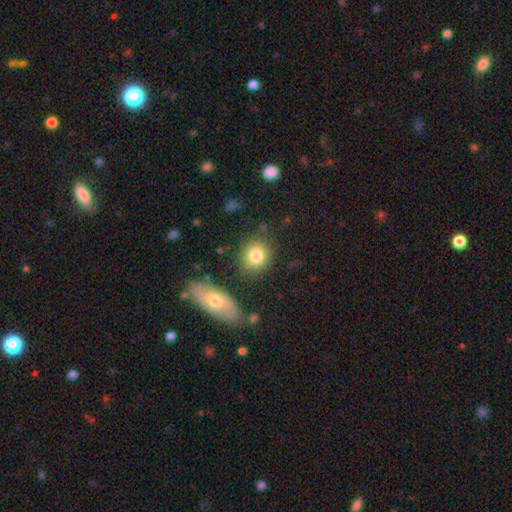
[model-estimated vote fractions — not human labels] A smooth galaxy with no disk features (82%) that is round (72%).

Vote fractions:
- Smooth or featured? smooth: 82% / featured or disk: 9% / star or artifact: 9%
- How rounded? round: 72% / in between: 26% / cigar-shaped: 2%
- Merging? none: 79% / minor disturbance: 11% / merger: 6% / major disturbance: 3%